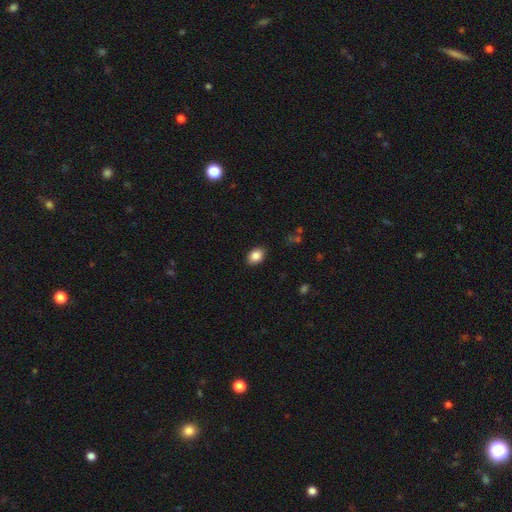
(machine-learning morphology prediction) This is clearly a smooth galaxy (86%). How rounded: likely in between (73%). Merging: clearly none (88%).